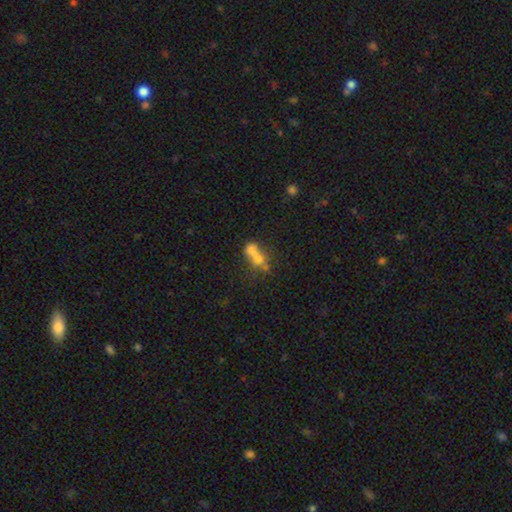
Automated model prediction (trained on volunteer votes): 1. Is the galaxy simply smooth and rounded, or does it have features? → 50% smooth, 33% featured or disk, 17% star or artifact.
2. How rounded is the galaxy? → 52% in between, 41% round, 7% cigar-shaped.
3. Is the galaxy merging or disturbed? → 56% merger, 25% none, 10% major disturbance, 9% minor disturbance.